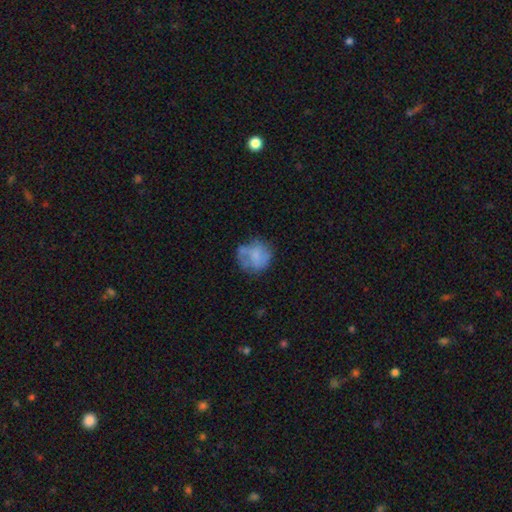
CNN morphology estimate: The model was most divided on "smooth or featured": smooth: 54%, featured or disk: 37%, star or artifact: 9%. More confident: how rounded — round (81%); merging — none (54%).